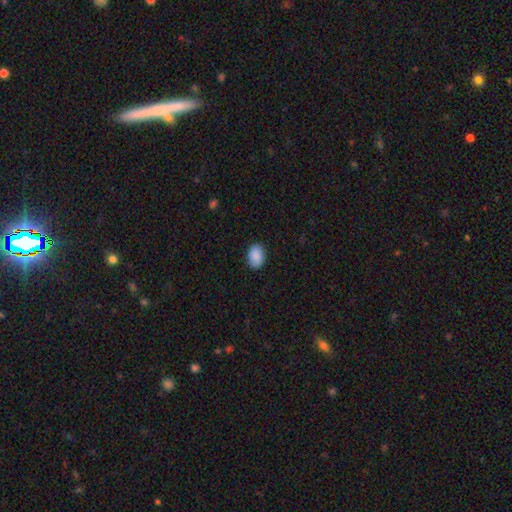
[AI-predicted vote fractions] This appears to be a smooth galaxy with no disk features (90%) that is in between round and cigar-shaped (82%). Merging: none (89%).